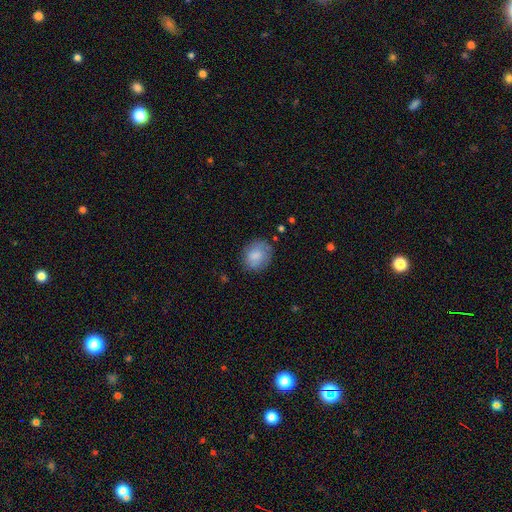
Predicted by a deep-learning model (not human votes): Smooth or featured? smooth (78%)
How rounded? round (60%)
Merging? none (74%)